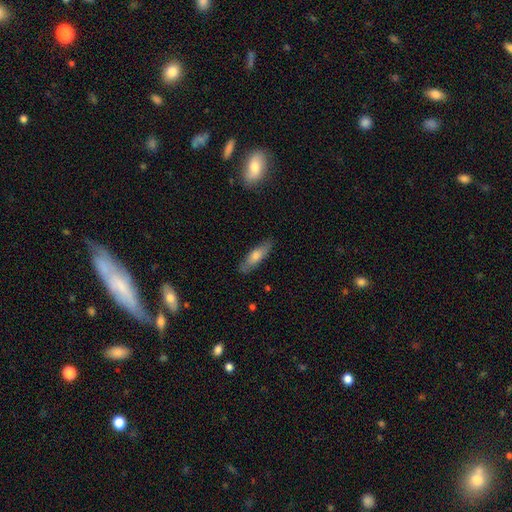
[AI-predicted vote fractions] Smooth or featured: smooth — 64% (featured or disk — 29%)
How rounded: cigar-shaped — 61% (in between — 37%)
Merging: none — 85% (minor disturbance — 12%)